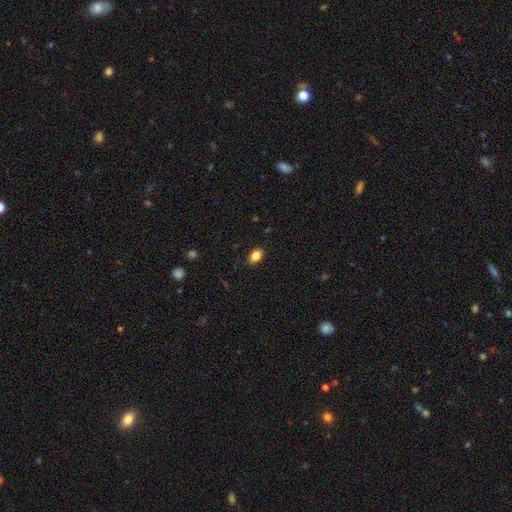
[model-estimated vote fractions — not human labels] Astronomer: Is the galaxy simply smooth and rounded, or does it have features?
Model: smooth — 85%.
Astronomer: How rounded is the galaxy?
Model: in between — 90%.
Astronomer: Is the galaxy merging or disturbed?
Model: none — 87%.